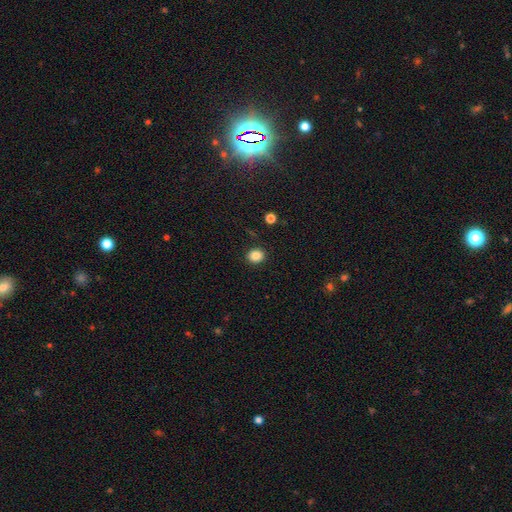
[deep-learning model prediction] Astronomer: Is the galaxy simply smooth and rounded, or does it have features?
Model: smooth — 85%.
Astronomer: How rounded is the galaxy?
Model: round — 75%.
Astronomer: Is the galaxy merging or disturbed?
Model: none — 90%.